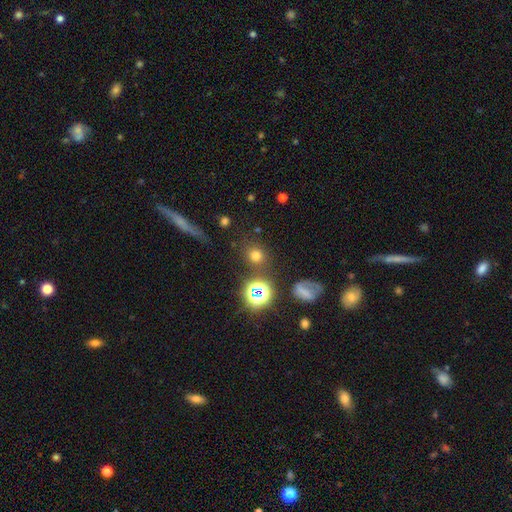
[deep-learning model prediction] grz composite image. It shows a smooth galaxy with no disk features (68%) that is round (81%). Merging: none (80%).